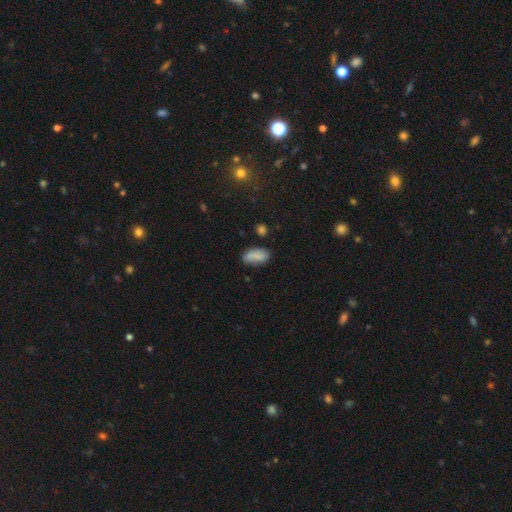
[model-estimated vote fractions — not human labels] Morphology: type=smooth (82%); roundness=in between (91%); merging=none (65%).